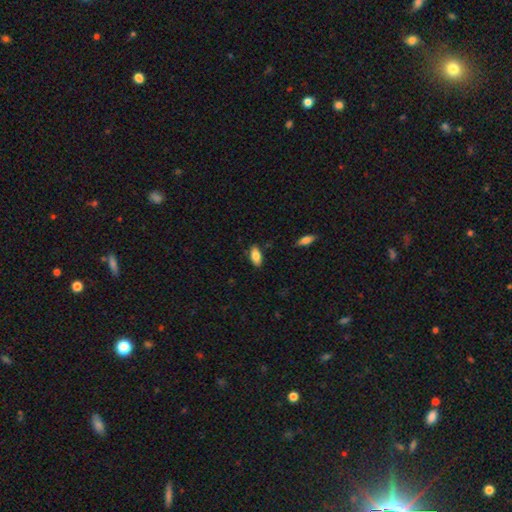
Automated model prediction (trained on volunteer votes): smooth-or-featured: smooth: 84% | featured or disk: 9% | star or artifact: 7%
  how-rounded: in between: 90% | cigar-shaped: 8% | round: 2%
  merging: none: 84% | minor disturbance: 12% | major disturbance: 2% | merger: 2%